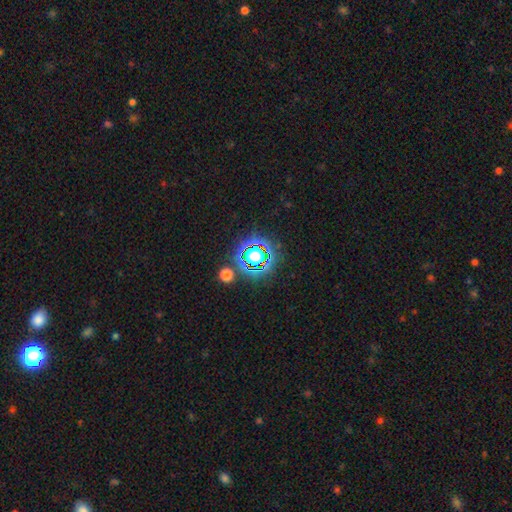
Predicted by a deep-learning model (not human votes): This appears to be a star or artifact, not a galaxy (77%).